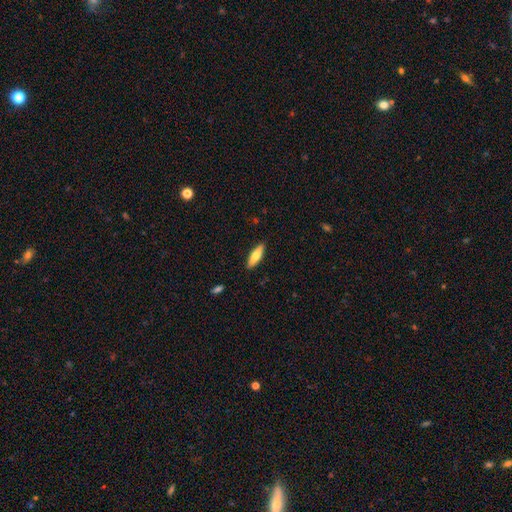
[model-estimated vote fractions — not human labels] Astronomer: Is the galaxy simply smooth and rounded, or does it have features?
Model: smooth — 70%.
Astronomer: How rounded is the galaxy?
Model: cigar-shaped — 52% (runner-up: in between, 46%).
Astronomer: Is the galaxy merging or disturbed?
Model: none — 89%.